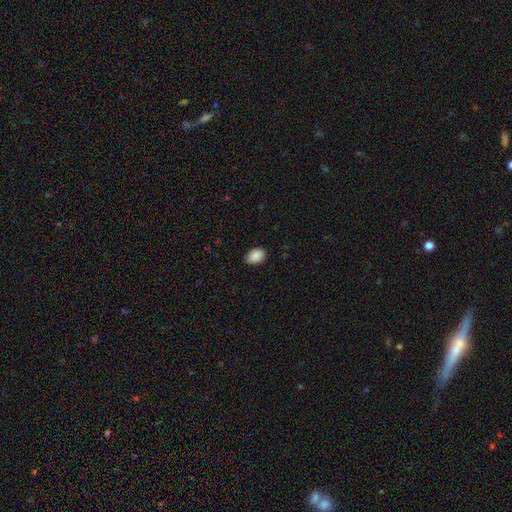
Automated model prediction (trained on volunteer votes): This is clearly a smooth galaxy (89%). How rounded: likely in between (80%). Merging: likely none (74%).